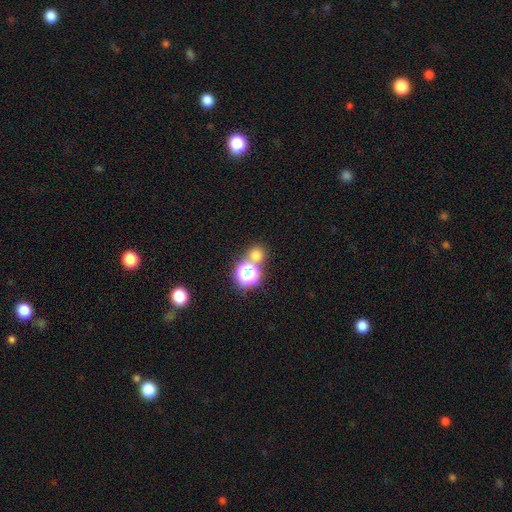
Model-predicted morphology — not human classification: A smooth galaxy with no disk features (64%) that is round (87%). Merging: none (62%).